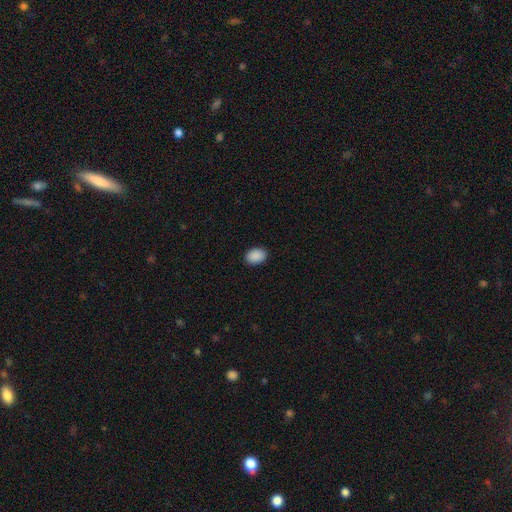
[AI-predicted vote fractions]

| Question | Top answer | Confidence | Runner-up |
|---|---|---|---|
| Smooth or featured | smooth | 90% | star or artifact (7%) |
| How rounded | in between | 79% | round (20%) |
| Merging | none | 90% | minor disturbance (7%) |